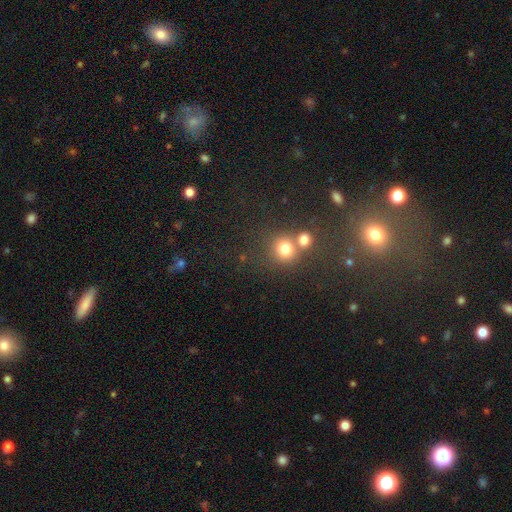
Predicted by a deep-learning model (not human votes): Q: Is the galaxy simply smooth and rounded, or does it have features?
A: star or artifact — 47%.